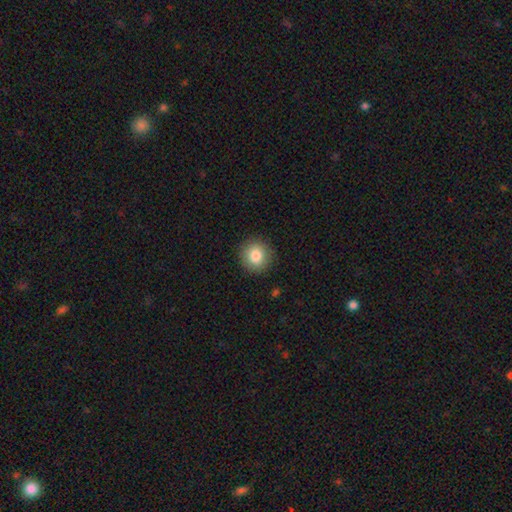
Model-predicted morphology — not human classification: Smooth or featured? smooth (83%)
How rounded? round (92%)
Merging? none (91%)